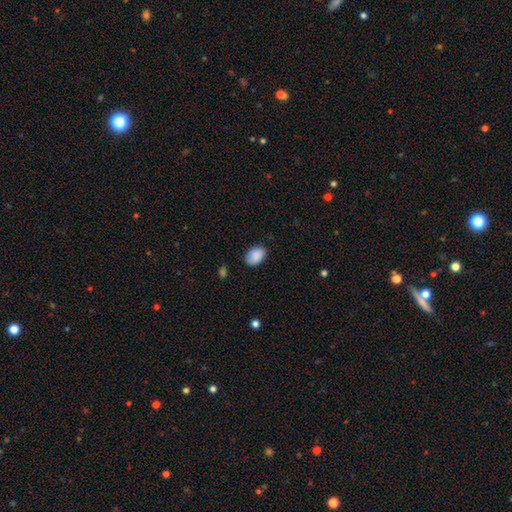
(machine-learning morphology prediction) Overall: smooth (90%). How rounded: in between (85%). Merging: none (83%).